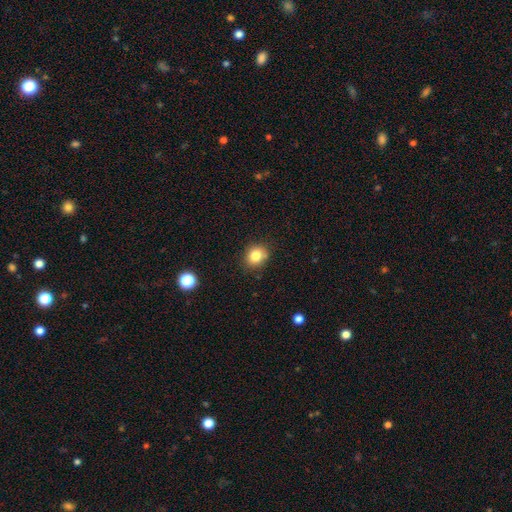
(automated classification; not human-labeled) A smooth galaxy with no disk features (81%) that is round (69%). Merging: none (80%).